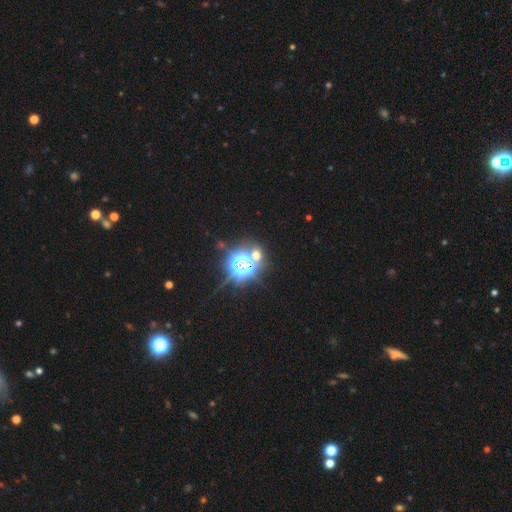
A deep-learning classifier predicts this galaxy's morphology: Smooth or featured? star or artifact (63%)